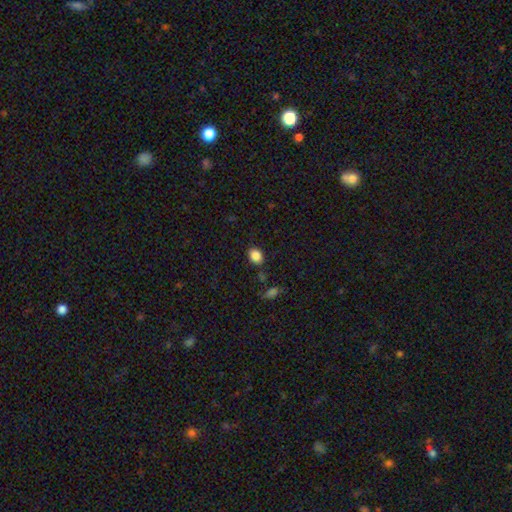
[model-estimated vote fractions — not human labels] Smooth or featured? smooth (86%)
How rounded? in between (56%)
Merging? none (82%)